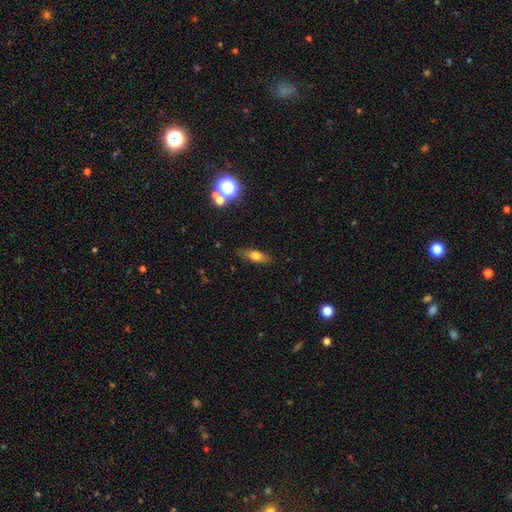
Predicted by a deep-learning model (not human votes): Smooth or featured? smooth (70%)
How rounded? in between (67%)
Merging? none (81%)